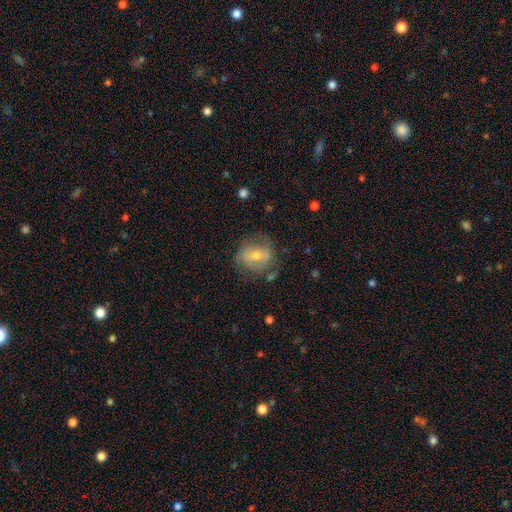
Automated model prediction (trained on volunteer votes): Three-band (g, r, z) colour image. It shows a featured or disk galaxy (47%). Merging: none (64%).